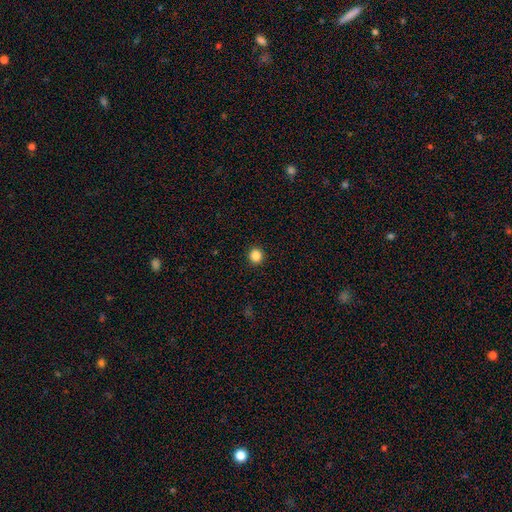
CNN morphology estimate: Q: Smooth or featured?
A: smooth (86%); runner-up: star or artifact (11%)
Q: How rounded?
A: round (94%); runner-up: in between (5%)
Q: Merging?
A: none (93%); runner-up: minor disturbance (4%)